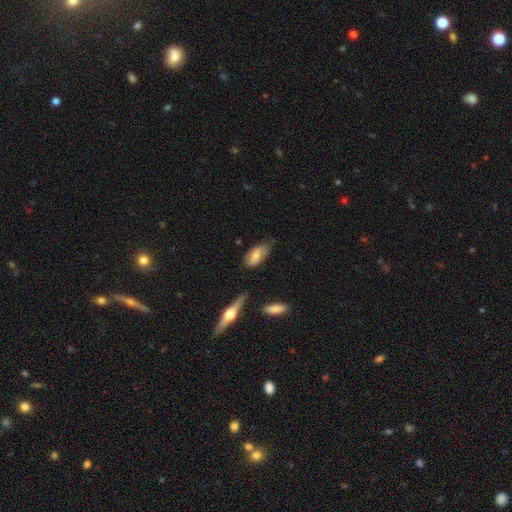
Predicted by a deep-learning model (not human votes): Q: Smooth or featured?
A: smooth (68%); runner-up: featured or disk (25%)
Q: How rounded?
A: in between (89%); runner-up: cigar-shaped (9%)
Q: Merging?
A: none (67%); runner-up: minor disturbance (24%)